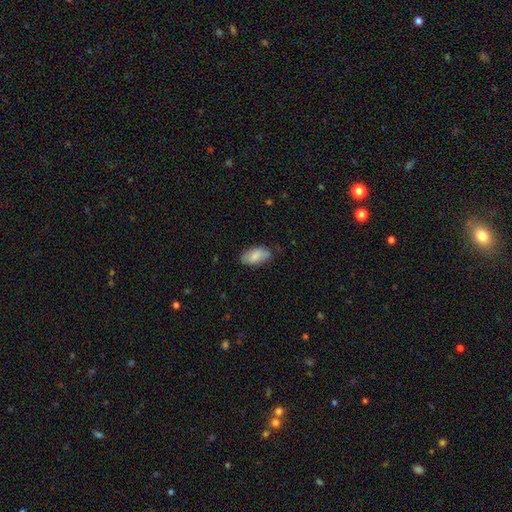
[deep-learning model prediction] smooth 82%, featured or disk 12%, star or artifact 6%. Down the decision tree: how rounded — in between (93%); merging — none (75%).